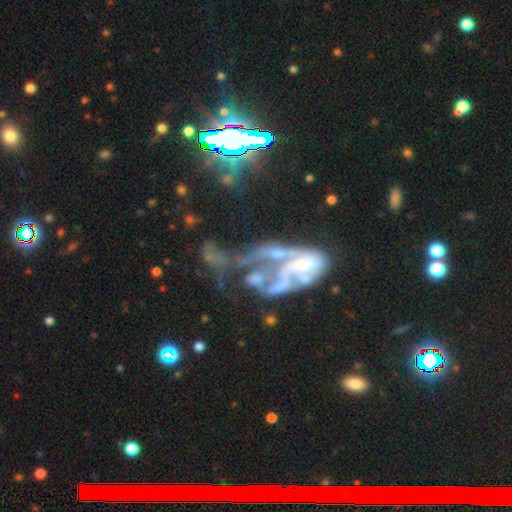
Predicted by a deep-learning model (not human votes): Smooth or featured? featured or disk (67%)
Edge-on disk? no (96%)
Bar? no (77%)
Spiral arms? no (57%)
Bulge size? none (33%)
Merging? merger (46%)